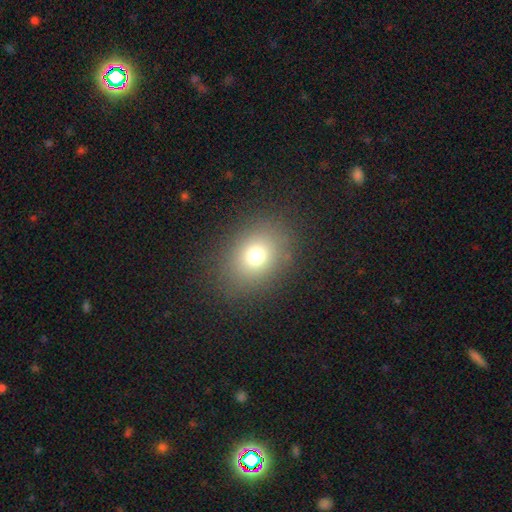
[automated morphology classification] smooth_or_featured: smooth (p=0.74) [alt: star or artifact p=0.16]
how_rounded: round (p=0.50) [alt: in between p=0.49]
merging: none (p=0.85) [alt: minor disturbance p=0.09]